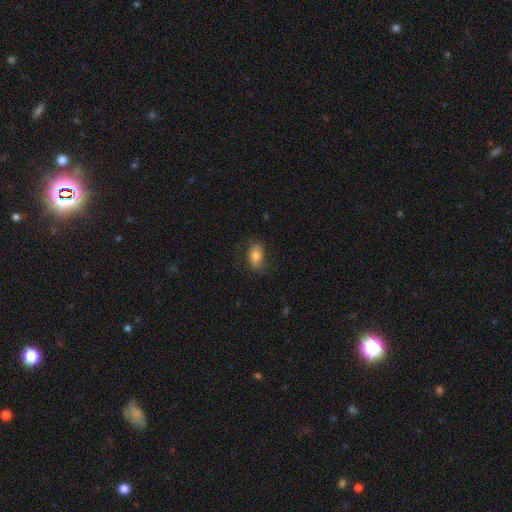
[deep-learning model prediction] This is likely a smooth galaxy (75%). How rounded: clearly in between (87%). Merging: likely none (73%).